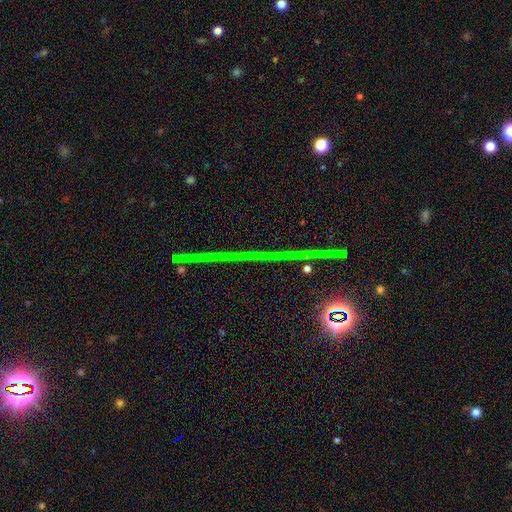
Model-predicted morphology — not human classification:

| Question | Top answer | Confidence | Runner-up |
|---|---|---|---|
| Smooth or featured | star or artifact | 79% | featured or disk (12%) |